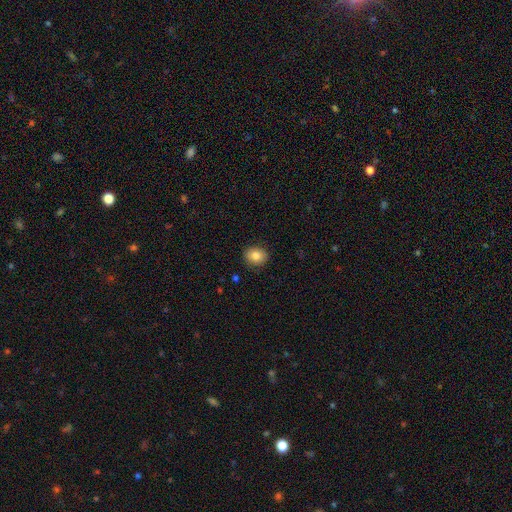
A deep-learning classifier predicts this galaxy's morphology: smooth_or_featured: smooth (p=0.83) [alt: star or artifact p=0.09]
how_rounded: round (p=0.56) [alt: in between p=0.43]
merging: none (p=0.89) [alt: minor disturbance p=0.08]